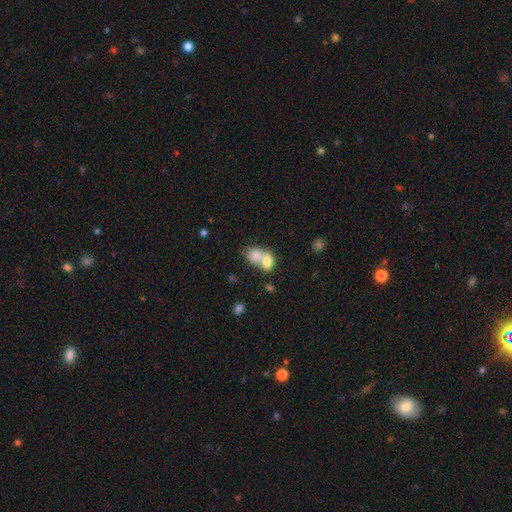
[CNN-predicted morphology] smooth_or_featured: smooth (p=0.77) [alt: featured or disk p=0.15]
how_rounded: in between (p=0.66) [alt: round p=0.32]
merging: merger (p=0.73) [alt: none p=0.18]